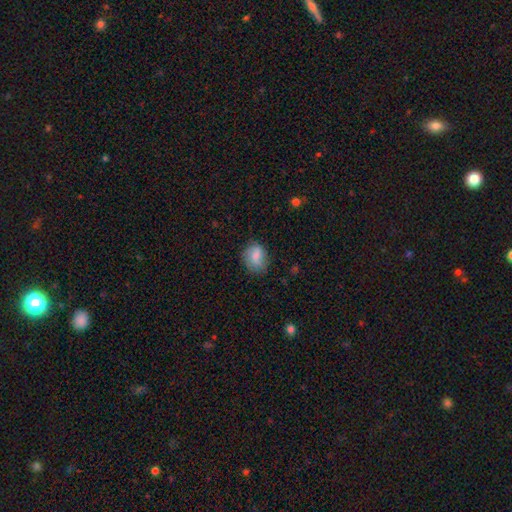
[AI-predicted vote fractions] The model was most divided on "how rounded": in between: 54%, round: 44%, cigar-shaped: 1%. More confident: smooth or featured — smooth (79%); merging — none (66%).